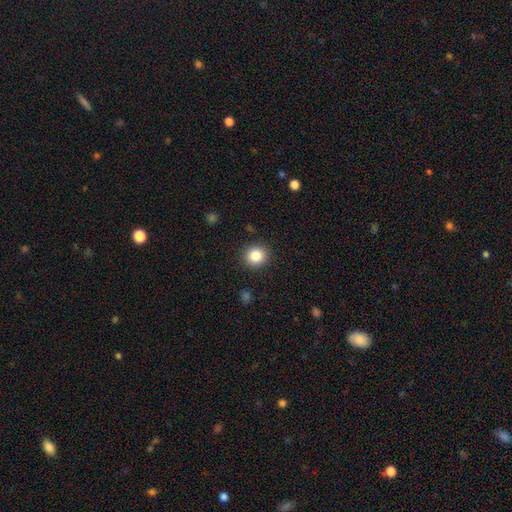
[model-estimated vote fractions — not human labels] This appears to be a smooth galaxy with no disk features (85%) that is round (90%). Merging: none (90%).